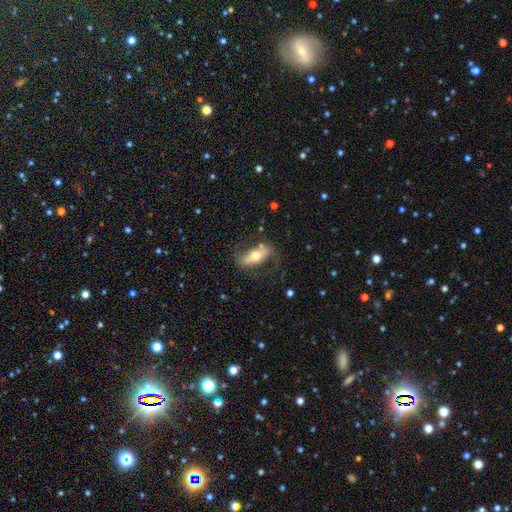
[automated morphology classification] The model was most divided on "smooth or featured": featured or disk: 55%, smooth: 39%, star or artifact: 7%. More confident: edge-on disk — no (71%); merging — none (65%).